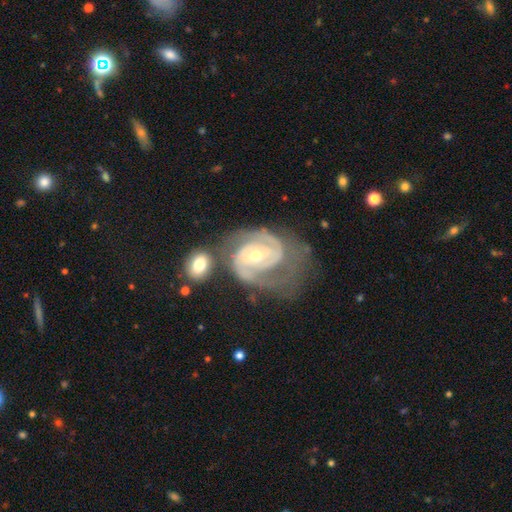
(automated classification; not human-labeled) The model was most divided on "bar": weak: 42%, no: 38%, strong: 20%. Remaining: edge-on disk — no (97%); spiral arms — yes (97%); smooth or featured — featured or disk (90%); spiral arm count — 2 (67%); spiral winding — tight (56%); bulge size — moderate (50%); merging — none (41%).